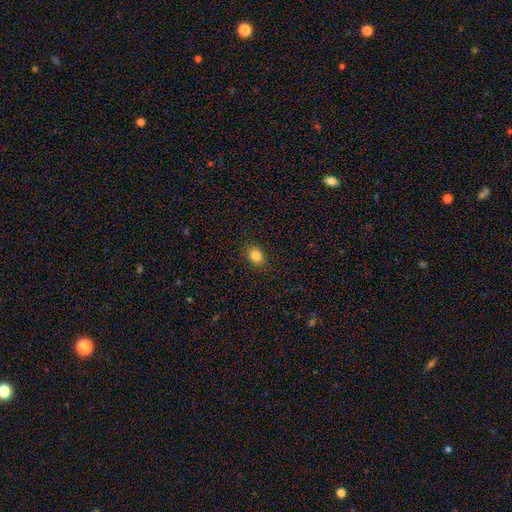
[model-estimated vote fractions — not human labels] Morphology: type=smooth (83%); roundness=in between (63%); merging=none (86%).